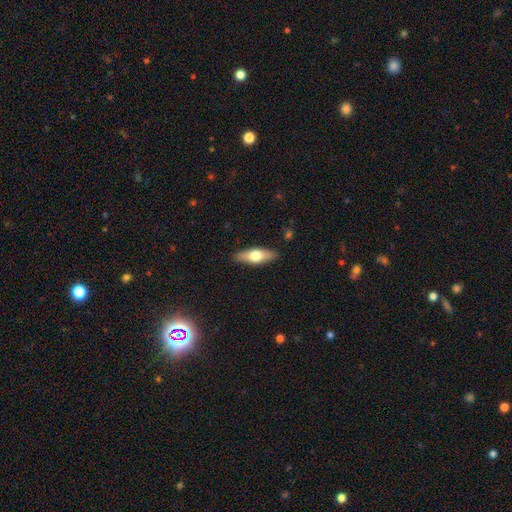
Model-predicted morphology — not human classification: The model was most divided on "how rounded": in between: 59%, cigar-shaped: 38%, round: 3%. More confident: merging — none (87%); smooth or featured — smooth (58%).